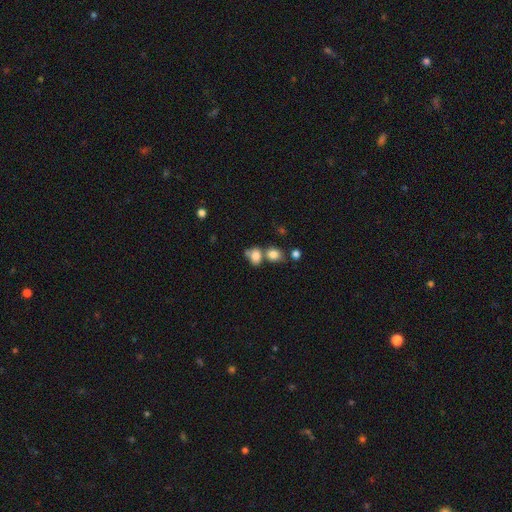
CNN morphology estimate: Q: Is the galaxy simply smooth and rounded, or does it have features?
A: smooth — 80%.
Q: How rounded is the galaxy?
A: in between — 56%.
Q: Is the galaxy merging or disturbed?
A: merger — 44%.